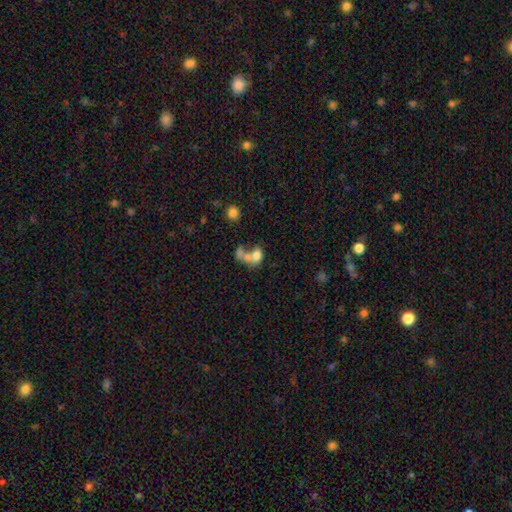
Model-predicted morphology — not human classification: Smooth or featured: smooth — 66% (featured or disk — 23%)
How rounded: in between — 69% (round — 29%)
Merging: merger — 62% (none — 16%)